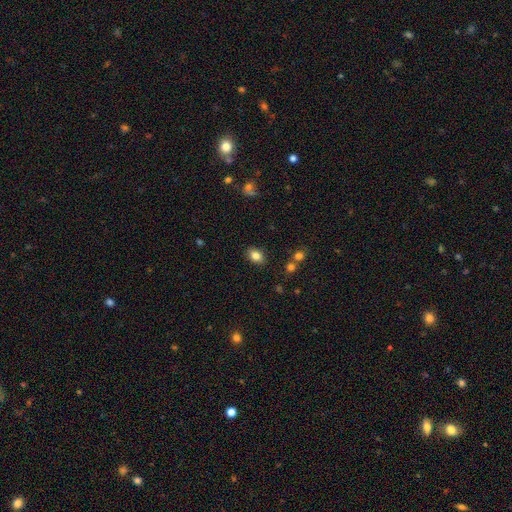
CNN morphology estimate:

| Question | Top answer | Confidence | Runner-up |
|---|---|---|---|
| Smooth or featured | smooth | 83% | star or artifact (10%) |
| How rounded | in between | 79% | round (19%) |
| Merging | none | 86% | minor disturbance (10%) |